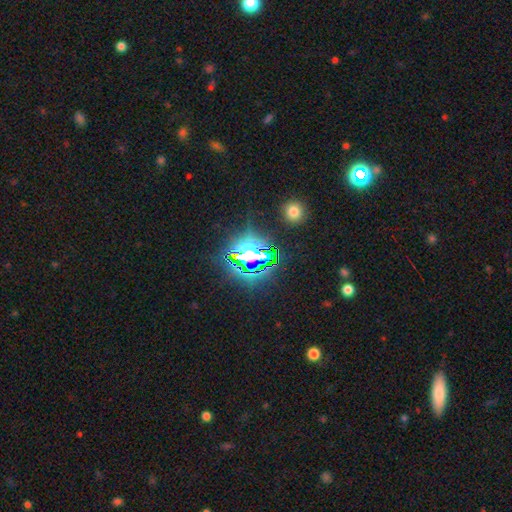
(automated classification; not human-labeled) A star or artifact, not a galaxy (76%).